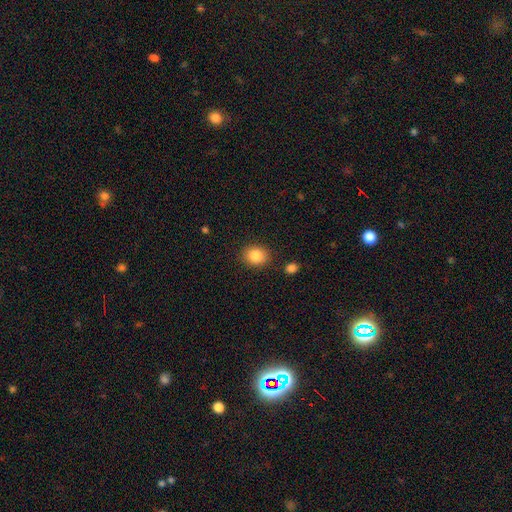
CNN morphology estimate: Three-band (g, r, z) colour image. It shows a smooth galaxy with no disk features (86%) that is round (63%). Merging: none (86%).